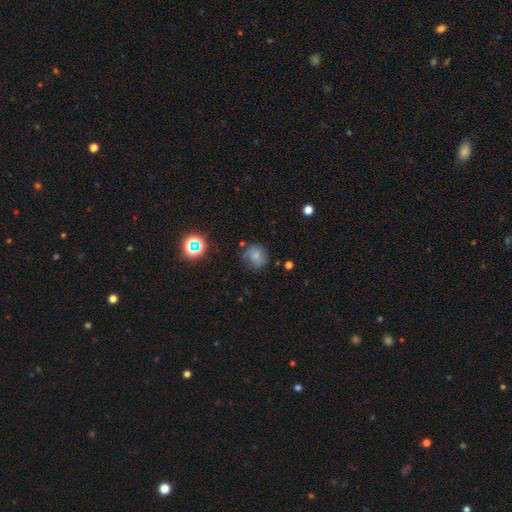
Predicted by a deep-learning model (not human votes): Smooth or featured: smooth — 68% (star or artifact — 16%)
How rounded: round — 73% (in between — 26%)
Merging: none — 64% (minor disturbance — 24%)